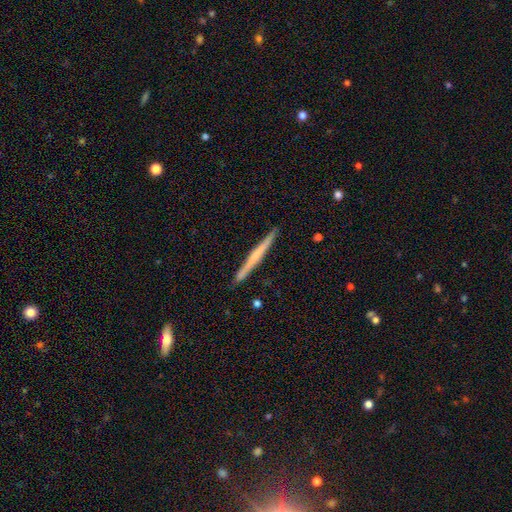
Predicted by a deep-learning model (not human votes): The model was most divided on "smooth or featured": featured or disk: 54%, smooth: 41%, star or artifact: 5%. More confident: edge-on disk — yes (98%); merging — none (91%); edge-on bulge — none (65%).